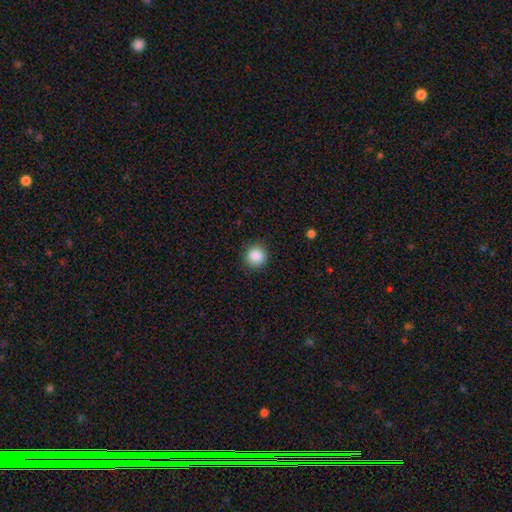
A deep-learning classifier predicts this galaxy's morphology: type=smooth (88%); roundness=round (94%); merging=none (90%).